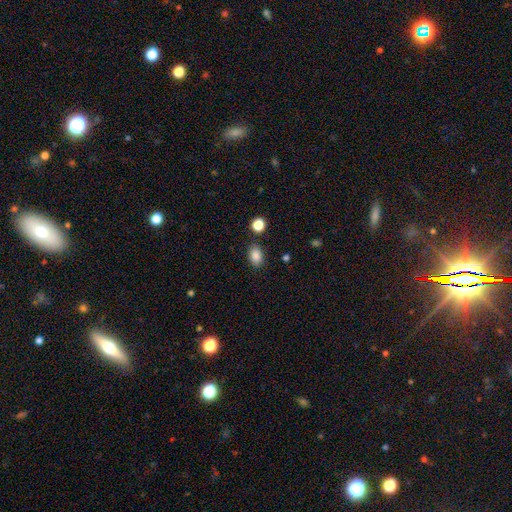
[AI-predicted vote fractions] Morphology: type=smooth (86%); roundness=in between (80%); merging=none (83%).